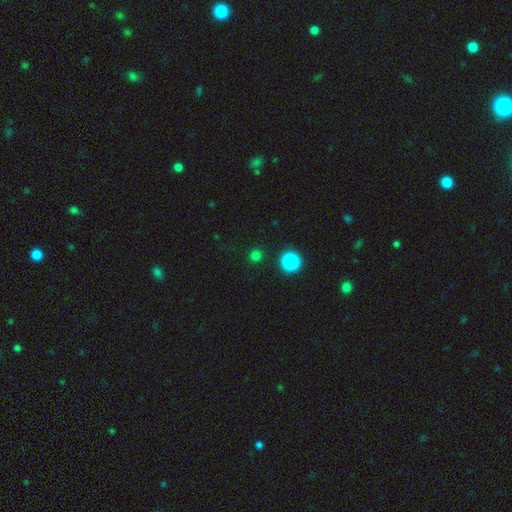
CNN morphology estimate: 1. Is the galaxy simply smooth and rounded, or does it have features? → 73% smooth, 23% star or artifact, 4% featured or disk.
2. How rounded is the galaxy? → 94% round, 5% in between, 1% cigar-shaped.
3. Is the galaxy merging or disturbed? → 90% none, 6% minor disturbance, 2% major disturbance, 2% merger.